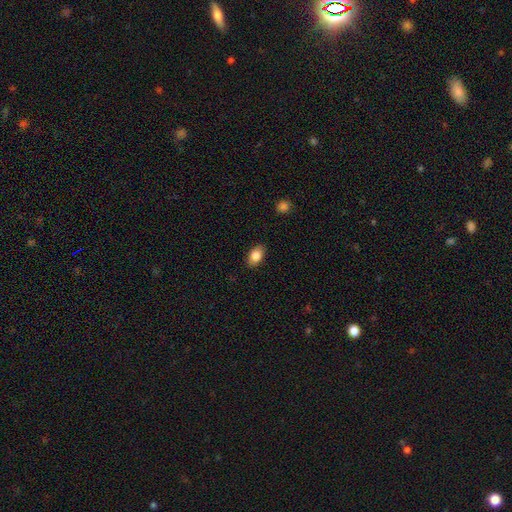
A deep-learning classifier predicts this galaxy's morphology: A smooth galaxy with no disk features (84%) that is in between round and cigar-shaped (89%).

Vote fractions:
- Smooth or featured? smooth: 84% / featured or disk: 8% / star or artifact: 8%
- How rounded? in between: 89% / round: 9% / cigar-shaped: 2%
- Merging? none: 87% / minor disturbance: 10% / major disturbance: 2% / merger: 1%